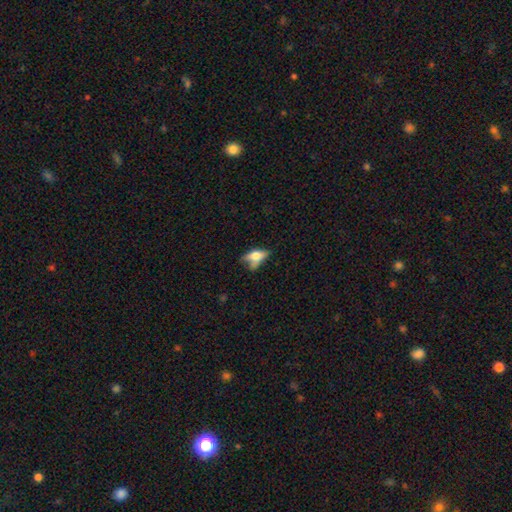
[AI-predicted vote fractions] A smooth galaxy with no disk features (60%) that is in between round and cigar-shaped (78%).

Vote fractions:
- Smooth or featured? smooth: 60% / featured or disk: 29% / star or artifact: 10%
- How rounded? in between: 78% / cigar-shaped: 15% / round: 7%
- Merging? none: 34% / minor disturbance: 28% / major disturbance: 25% / merger: 13%